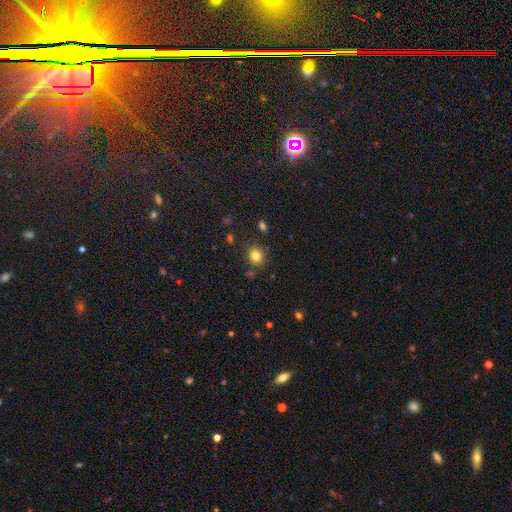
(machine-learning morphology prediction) Smooth or featured? smooth (81%)
How rounded? round (77%)
Merging? none (84%)